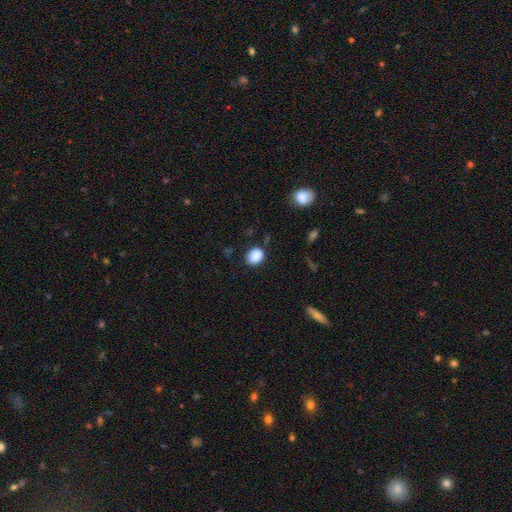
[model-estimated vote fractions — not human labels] Overall: smooth (88%). How rounded: round (52%; in between 47%). Merging: none (82%).